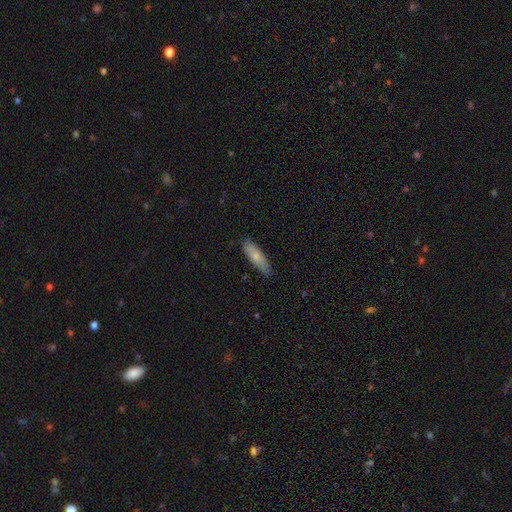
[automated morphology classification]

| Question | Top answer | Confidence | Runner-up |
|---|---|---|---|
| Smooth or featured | smooth | 74% | featured or disk (20%) |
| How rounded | cigar-shaped | 58% | in between (40%) |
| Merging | none | 81% | minor disturbance (16%) |